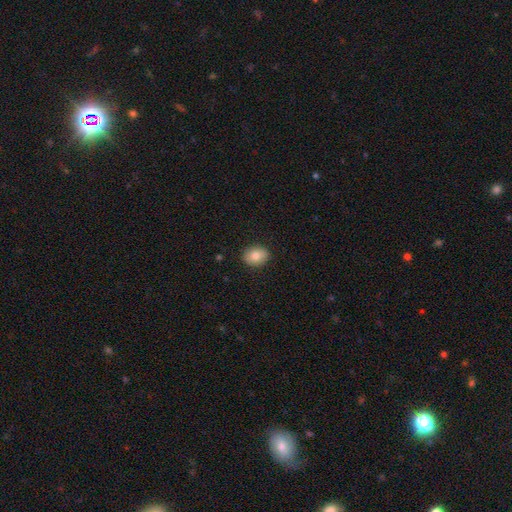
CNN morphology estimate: Overall: smooth (84%). How rounded: in between (61%; round 38%). Merging: none (90%).